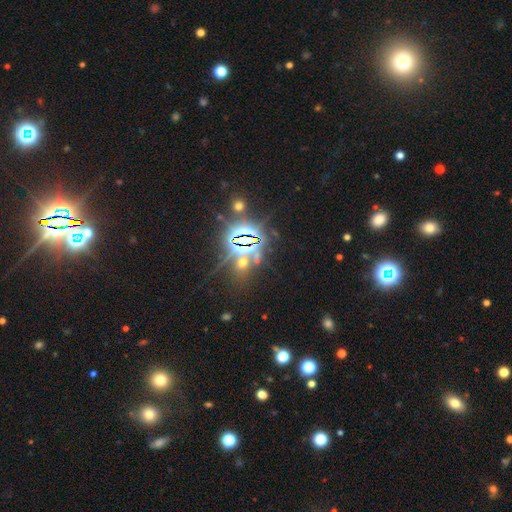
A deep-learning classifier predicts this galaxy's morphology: Q: Smooth or featured?
A: star or artifact (81%); runner-up: smooth (11%)